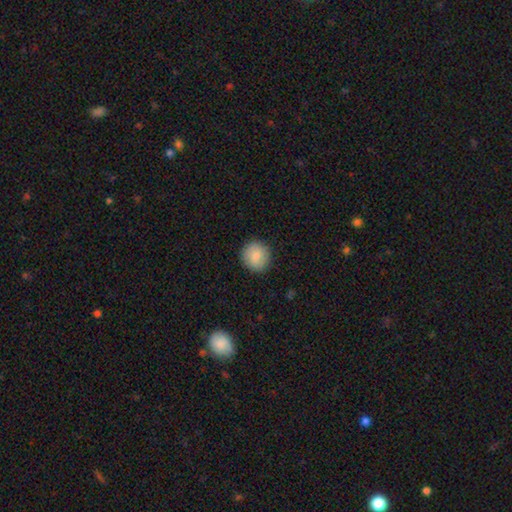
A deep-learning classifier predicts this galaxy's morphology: A smooth galaxy with no disk features (86%) that is round (92%). Merging: none (90%).